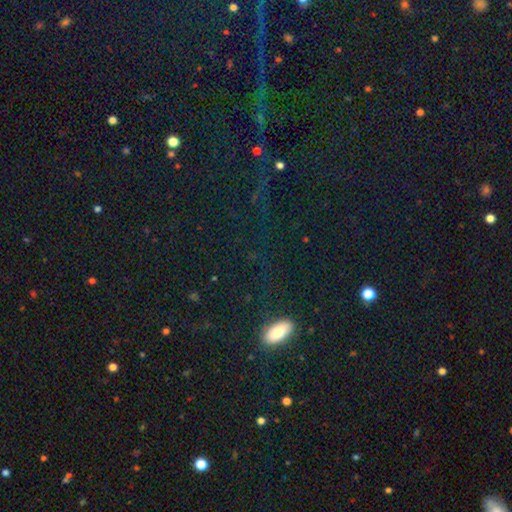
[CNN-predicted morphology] A smooth galaxy with no disk features (49%).

Vote fractions:
- Smooth or featured? smooth: 49% / star or artifact: 42% / featured or disk: 10%
- Merging? none: 85% / minor disturbance: 8% / major disturbance: 4% / merger: 3%